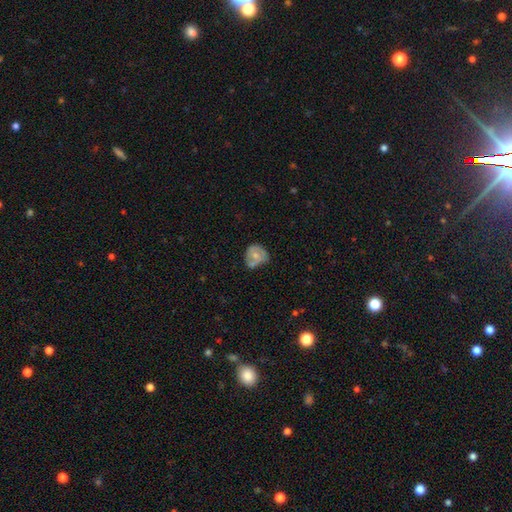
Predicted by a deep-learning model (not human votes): This is possibly a smooth galaxy (52%). How rounded: likely round (67%). Merging: marginally none (42%).